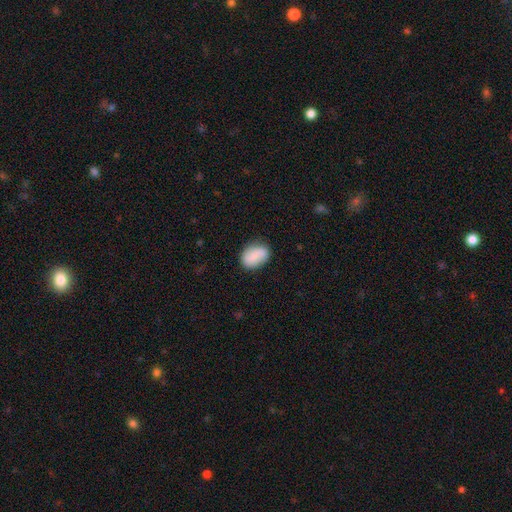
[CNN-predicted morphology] Q: Smooth or featured?
A: smooth (74%); runner-up: featured or disk (18%)
Q: How rounded?
A: in between (79%); runner-up: round (20%)
Q: Merging?
A: none (76%); runner-up: minor disturbance (18%)